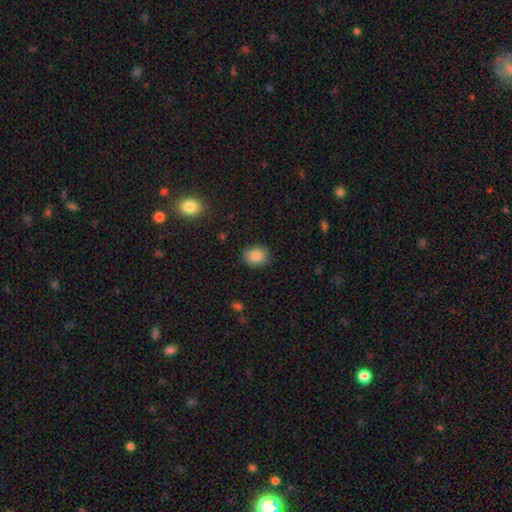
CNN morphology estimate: type=smooth (85%); roundness=in between (56%); merging=none (86%).